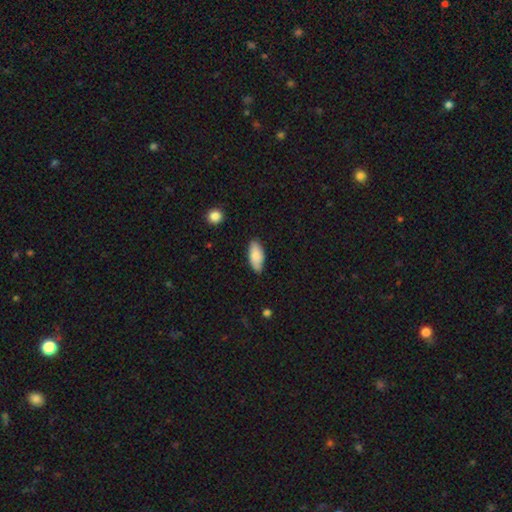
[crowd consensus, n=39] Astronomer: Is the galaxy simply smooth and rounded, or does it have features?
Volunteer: smooth — 92%.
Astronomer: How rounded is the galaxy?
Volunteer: in between — 75%.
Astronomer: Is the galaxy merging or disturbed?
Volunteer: none — 87%.